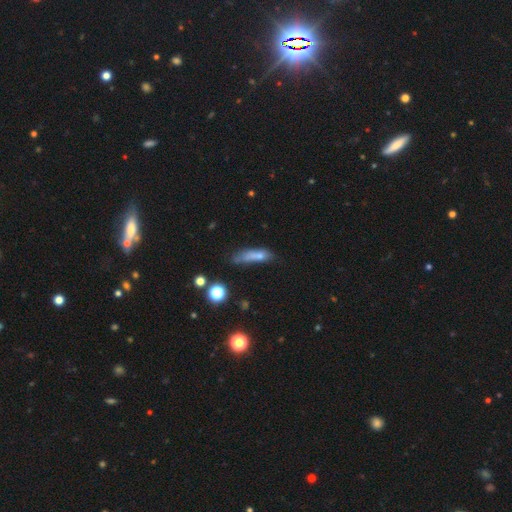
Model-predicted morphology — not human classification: Overall: smooth (67%). How rounded: cigar-shaped (62%; in between 34%). Merging: none (36%; minor disturbance 29%).